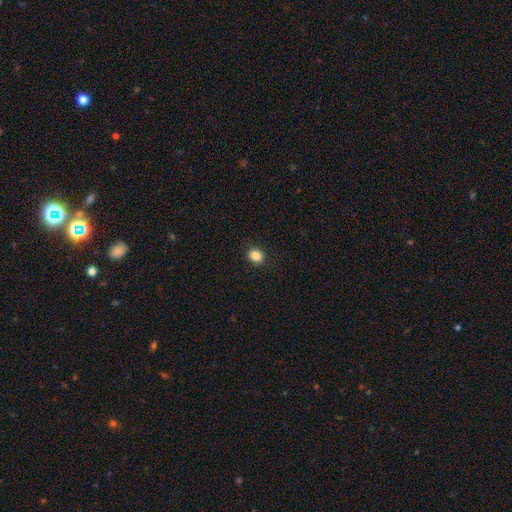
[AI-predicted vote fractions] Overall: smooth (85%). How rounded: round (55%; in between 44%). Merging: none (91%).